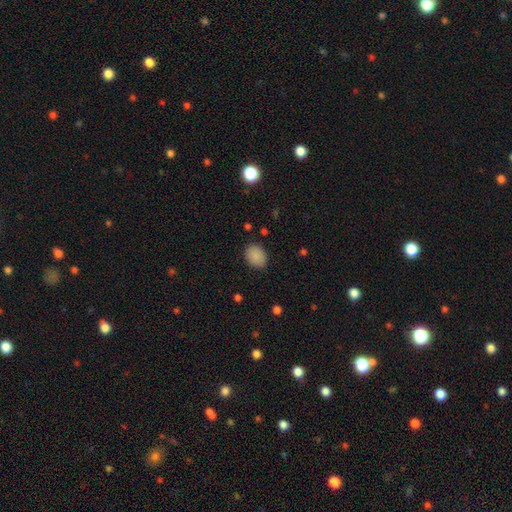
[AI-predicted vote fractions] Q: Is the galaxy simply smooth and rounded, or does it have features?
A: smooth — 88%.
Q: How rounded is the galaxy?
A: in between — 58%.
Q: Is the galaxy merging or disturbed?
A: none — 85%.